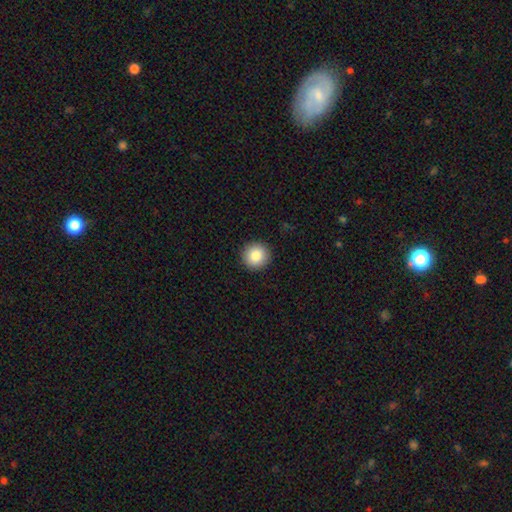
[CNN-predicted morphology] smooth_or_featured: smooth (p=0.86) [alt: star or artifact p=0.09]
how_rounded: round (p=0.95) [alt: in between p=0.04]
merging: none (p=0.93) [alt: minor disturbance p=0.05]